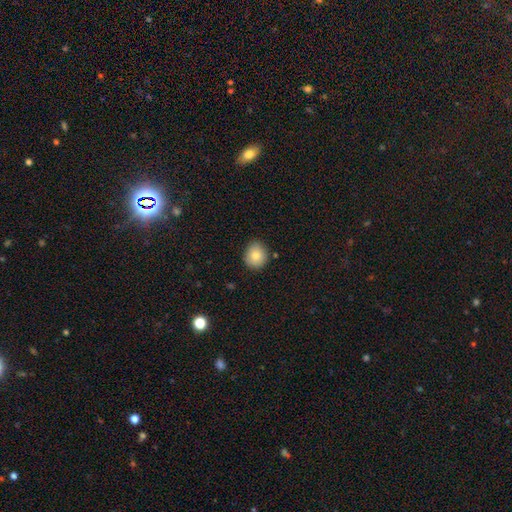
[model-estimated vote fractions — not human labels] smooth 83%, star or artifact 9%, featured or disk 8%. Down the decision tree: how rounded — round (76%); merging — none (83%).